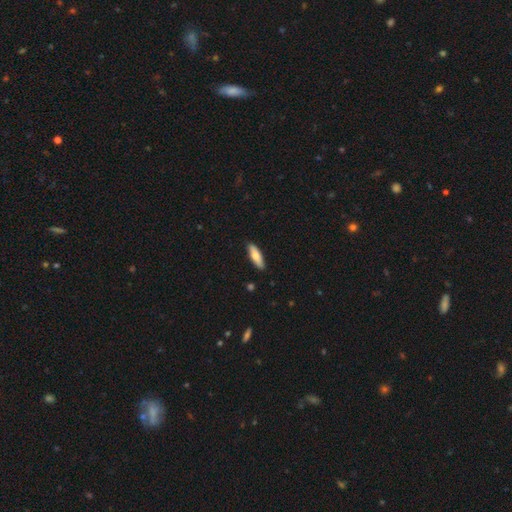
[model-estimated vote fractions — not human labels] Smooth or featured? Predicted: smooth (p=0.69). How rounded? Predicted: cigar-shaped (p=0.54). Merging? Predicted: none (p=0.89).